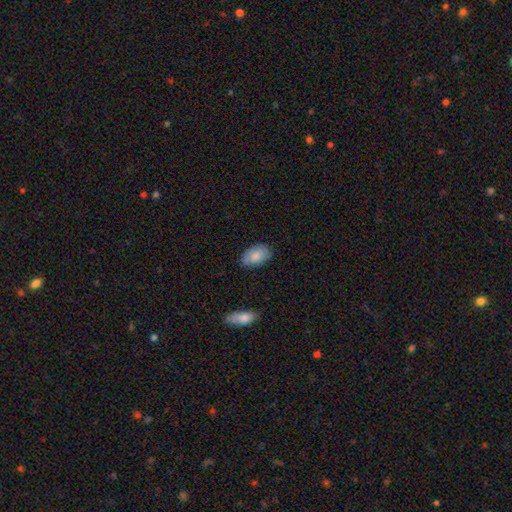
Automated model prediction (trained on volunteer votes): Smooth or featured? Predicted: smooth (p=0.83). How rounded? Predicted: in between (p=0.91). Merging? Predicted: none (p=0.78).